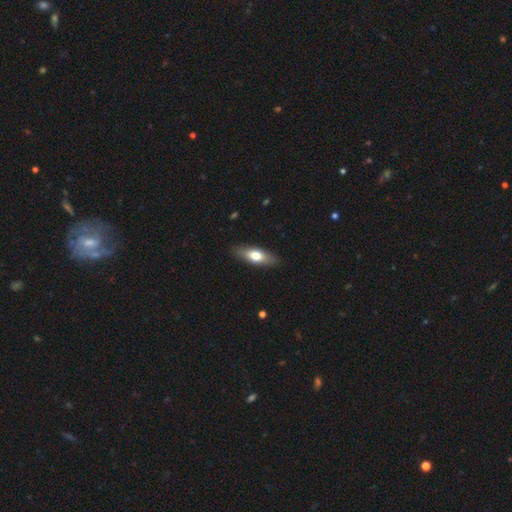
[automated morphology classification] smooth 64%, featured or disk 31%, star or artifact 6%. Down the decision tree: how rounded — in between (63%); merging — none (88%).